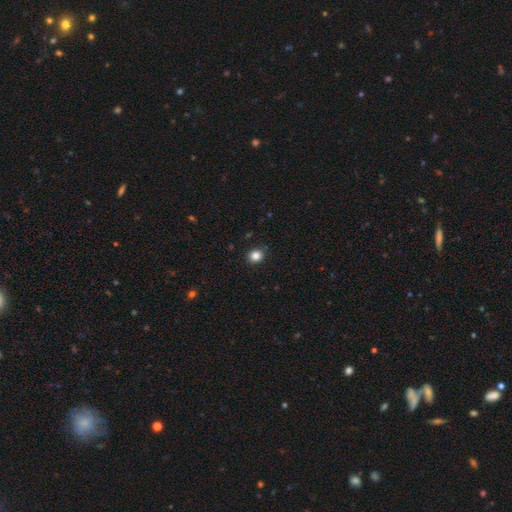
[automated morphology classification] Smooth or featured? smooth (84%)
How rounded? round (79%)
Merging? none (89%)